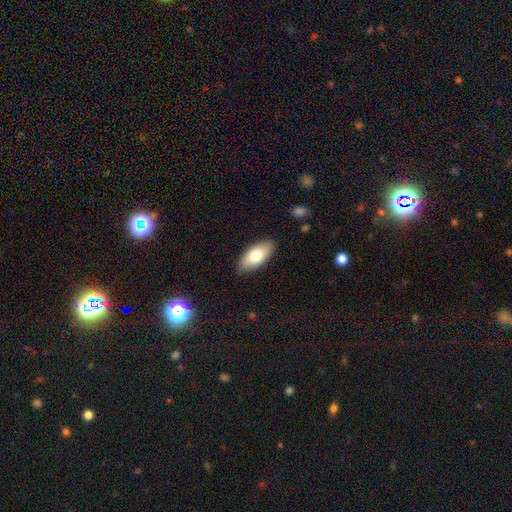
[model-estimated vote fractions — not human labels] Smooth or featured? Predicted: smooth (p=0.74). How rounded? Predicted: in between (p=0.90). Merging? Predicted: none (p=0.86).